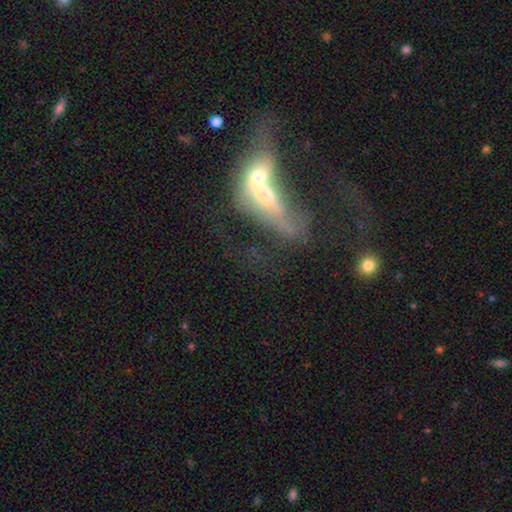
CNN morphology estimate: The model was most divided on "smooth or featured": featured or disk: 56%, smooth: 32%, star or artifact: 11%. More confident: edge-on disk — no (85%); merging — merger (76%).